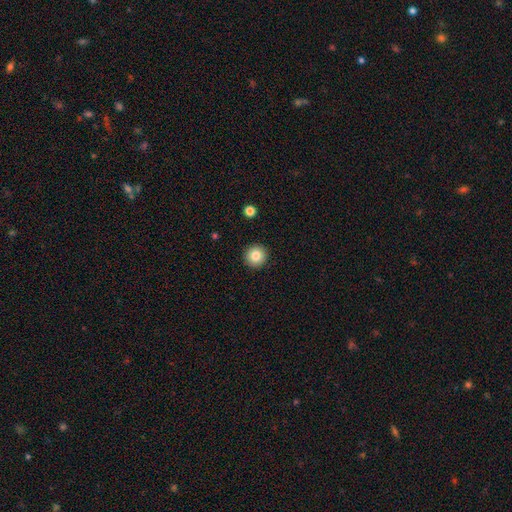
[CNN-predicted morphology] Smooth or featured: smooth — 84% (star or artifact — 10%)
How rounded: round — 95% (in between — 4%)
Merging: none — 93% (minor disturbance — 4%)